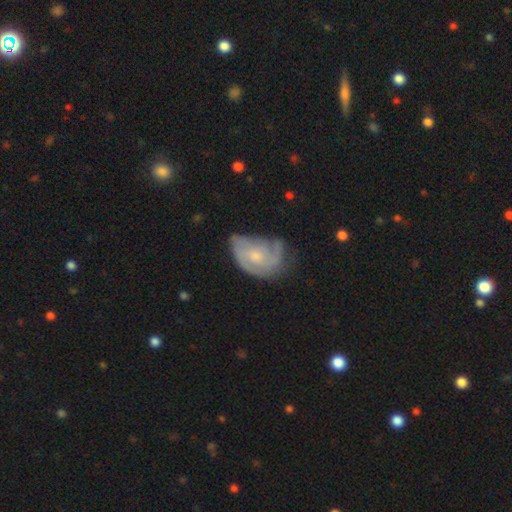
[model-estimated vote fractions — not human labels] Overall: featured or disk (70%). Edge-on disk: no (97%). Bar: no (73%). Spiral arms: yes (84%). Spiral arm count: 2 (31%, tied with can't tell). Spiral winding: tight (47%; medium 37%). Bulge size: moderate (45%; small 44%). Merging: none (45%; minor disturbance 32%).